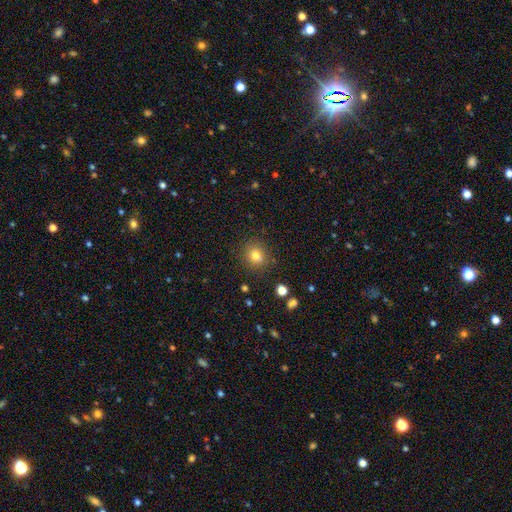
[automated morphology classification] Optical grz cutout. It shows a smooth galaxy with no disk features (79%) that is round (75%). Merging: none (84%).